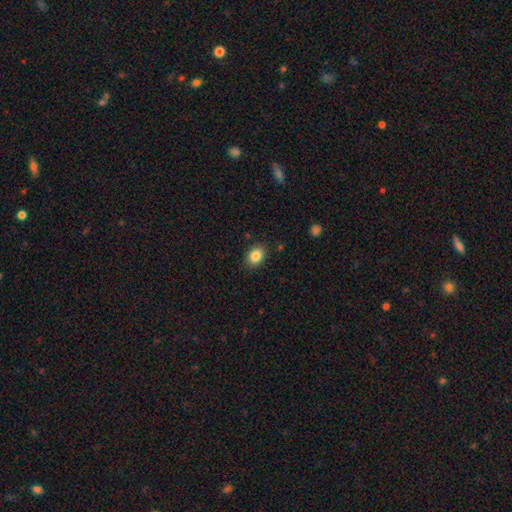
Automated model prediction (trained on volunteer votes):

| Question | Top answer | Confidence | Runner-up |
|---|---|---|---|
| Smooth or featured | smooth | 86% | star or artifact (9%) |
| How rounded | in between | 61% | round (38%) |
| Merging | none | 87% | minor disturbance (10%) |